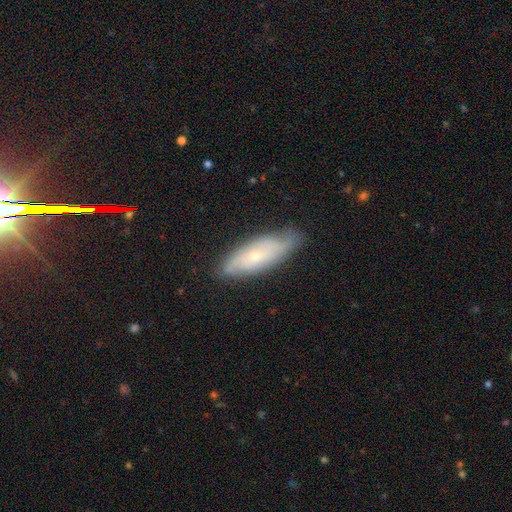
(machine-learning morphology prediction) Smooth or featured?
  - featured or disk: 55% *
  - smooth: 38%
  - star or artifact: 7%
Edge-on disk?
  - no: 76% *
  - yes: 24%
Merging?
  - none: 75% *
  - minor disturbance: 20%
  - major disturbance: 4%
  - merger: 1%